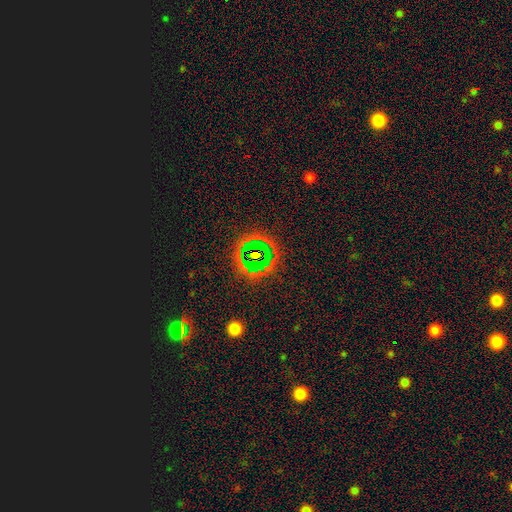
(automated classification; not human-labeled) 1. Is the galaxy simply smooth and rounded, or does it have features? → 68% star or artifact, 20% smooth, 13% featured or disk.